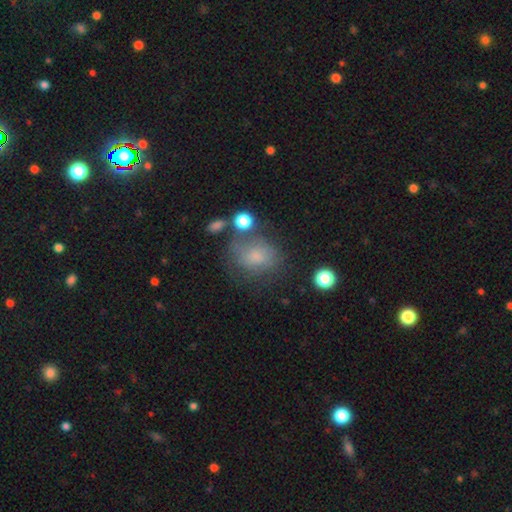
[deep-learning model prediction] A smooth galaxy with no disk features (65%) that is round (59%). Merging: none (51%).